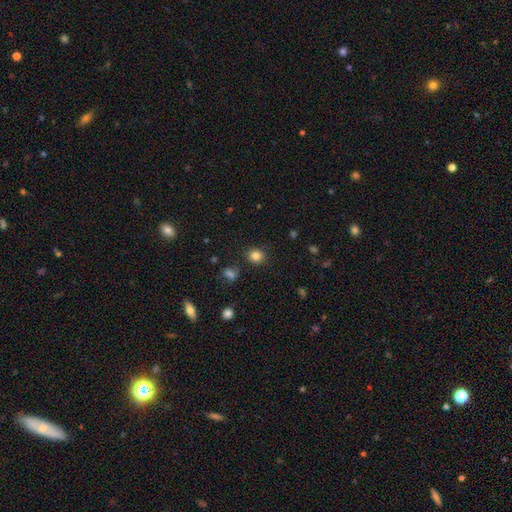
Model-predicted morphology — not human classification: A smooth galaxy with no disk features (83%) that is round (80%).

Vote fractions:
- Smooth or featured? smooth: 83% / star or artifact: 12% / featured or disk: 5%
- How rounded? round: 80% / in between: 19% / cigar-shaped: 1%
- Merging? none: 84% / minor disturbance: 10% / major disturbance: 3% / merger: 3%